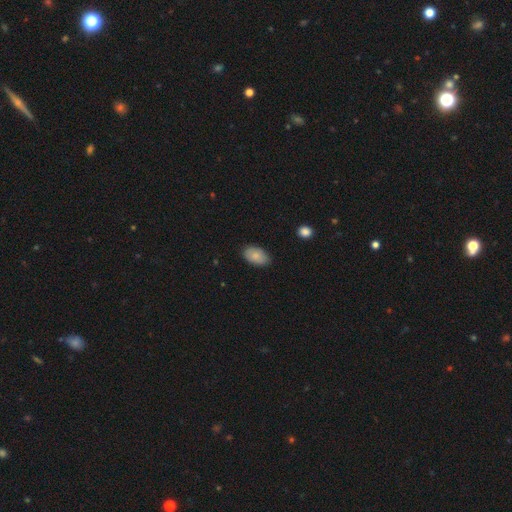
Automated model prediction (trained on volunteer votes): Smooth or featured?
  - smooth: 82% *
  - featured or disk: 11%
  - star or artifact: 7%
How rounded?
  - in between: 92% *
  - round: 6%
  - cigar-shaped: 1%
Merging?
  - none: 83% *
  - minor disturbance: 13%
  - major disturbance: 2%
  - merger: 1%